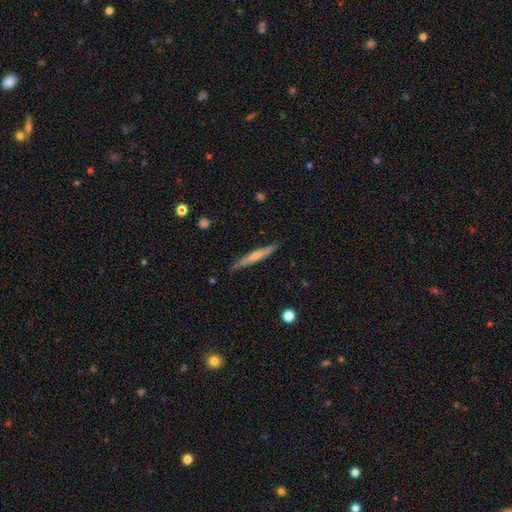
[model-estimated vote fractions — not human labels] Morphology: type=featured or disk (62%); edge-on=yes (95%); edge-on bulge=rounded (73%); merging=none (88%).